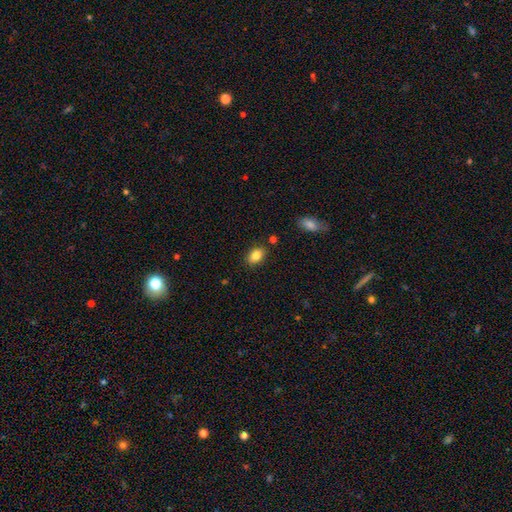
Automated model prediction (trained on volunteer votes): Overall: smooth (83%). How rounded: in between (79%). Merging: none (85%).